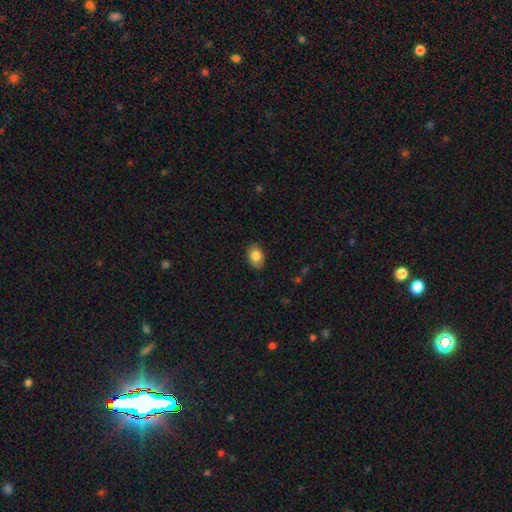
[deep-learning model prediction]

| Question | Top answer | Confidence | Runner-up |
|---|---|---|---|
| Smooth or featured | smooth | 84% | featured or disk (8%) |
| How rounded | in between | 82% | round (16%) |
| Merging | none | 87% | minor disturbance (10%) |